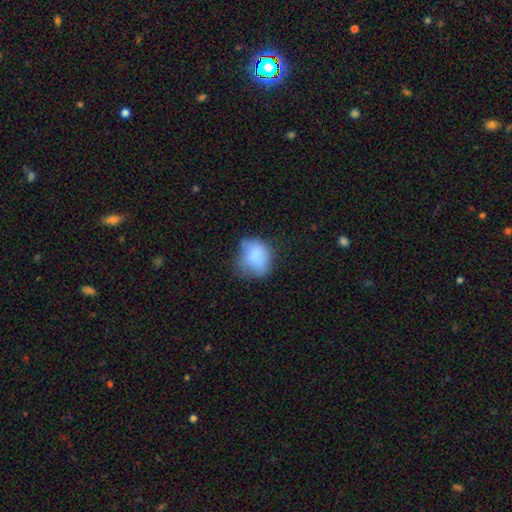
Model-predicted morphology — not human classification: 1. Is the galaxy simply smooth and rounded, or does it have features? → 75% smooth, 15% featured or disk, 10% star or artifact.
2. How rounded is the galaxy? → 60% round, 39% in between, 1% cigar-shaped.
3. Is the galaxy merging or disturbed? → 40% none, 35% minor disturbance, 19% major disturbance, 6% merger.